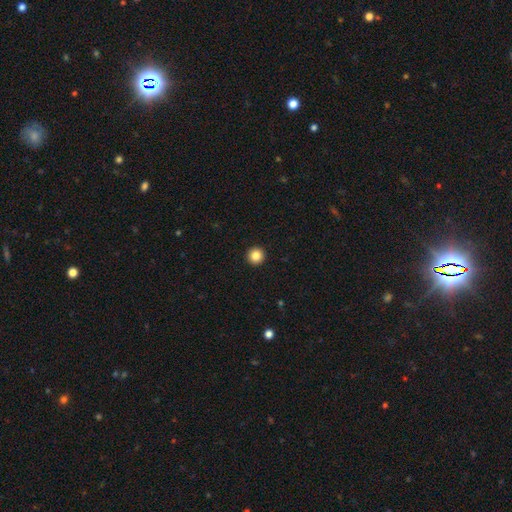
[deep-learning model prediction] smooth-or-featured: smooth: 85% | star or artifact: 11% | featured or disk: 5%
  how-rounded: round: 97% | in between: 2% | cigar-shaped: 1%
  merging: none: 94% | minor disturbance: 3% | major disturbance: 1% | merger: 1%